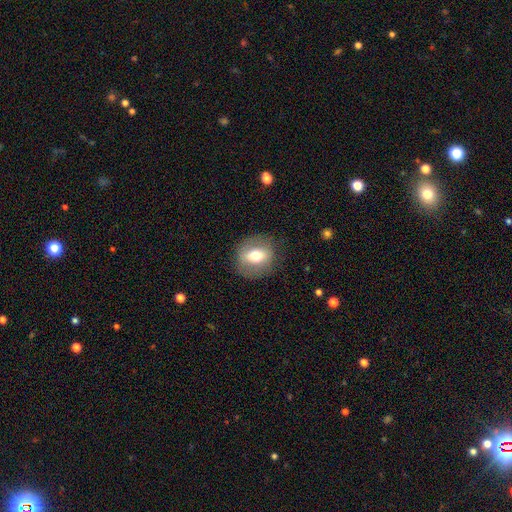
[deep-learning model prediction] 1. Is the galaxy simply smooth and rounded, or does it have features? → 59% smooth, 32% featured or disk, 8% star or artifact.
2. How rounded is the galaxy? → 66% round, 33% in between, 1% cigar-shaped.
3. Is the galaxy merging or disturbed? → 82% none, 12% minor disturbance, 5% major disturbance, 1% merger.